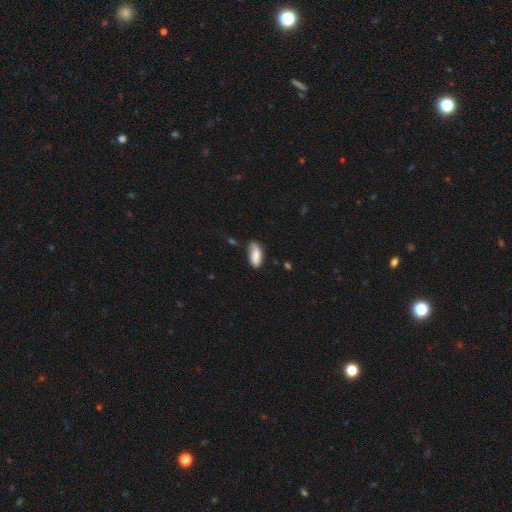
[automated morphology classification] This is likely a smooth galaxy (76%). How rounded: clearly in between (88%). Merging: possibly none (54%).